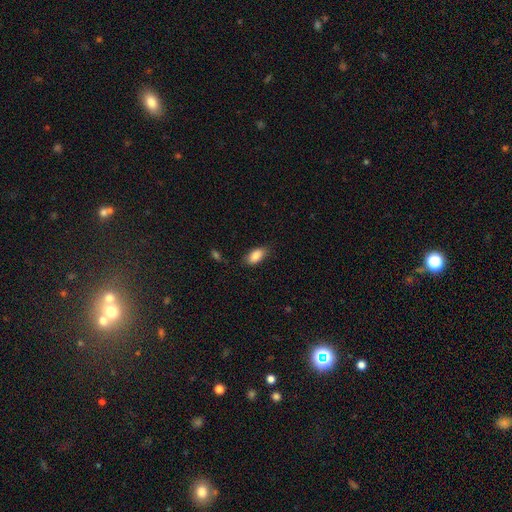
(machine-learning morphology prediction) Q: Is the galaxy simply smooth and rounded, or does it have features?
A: smooth — 87%.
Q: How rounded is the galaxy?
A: in between — 91%.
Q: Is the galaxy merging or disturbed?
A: none — 77%.